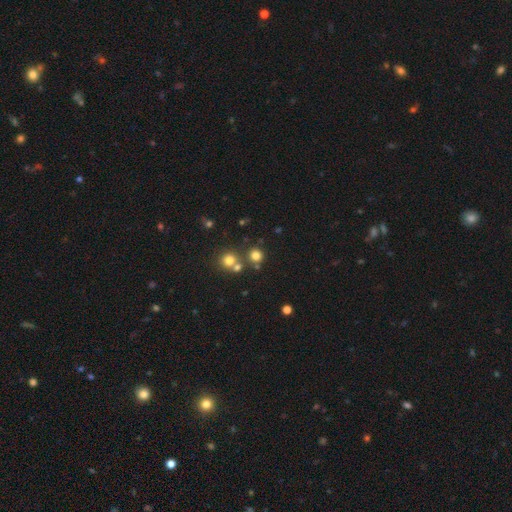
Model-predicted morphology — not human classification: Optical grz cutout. It shows a smooth galaxy with no disk features (74%) that is round (90%). Merging: none (70%).